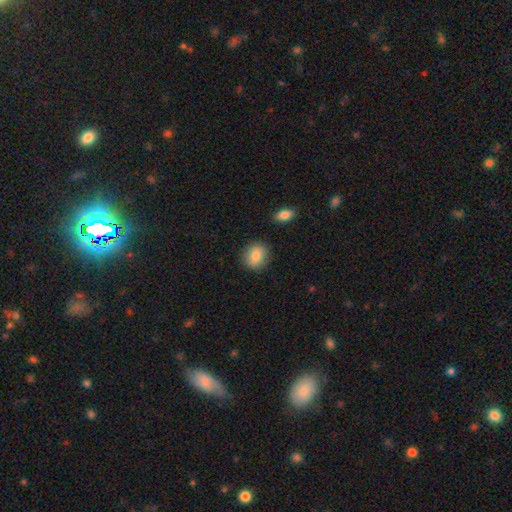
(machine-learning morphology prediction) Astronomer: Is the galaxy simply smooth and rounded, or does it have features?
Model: smooth — 84%.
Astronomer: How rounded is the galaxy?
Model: round — 60% (runner-up: in between, 39%).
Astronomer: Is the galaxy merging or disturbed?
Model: none — 86%.